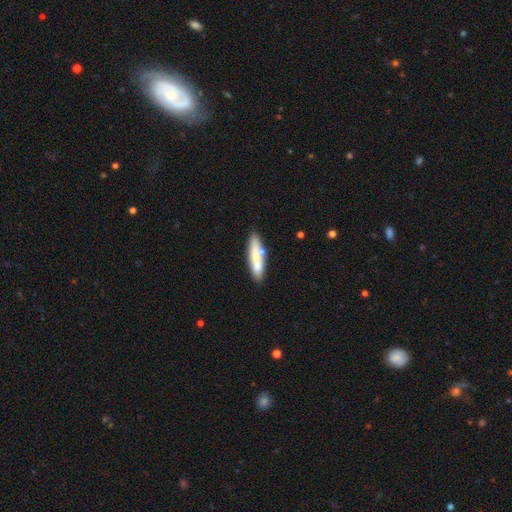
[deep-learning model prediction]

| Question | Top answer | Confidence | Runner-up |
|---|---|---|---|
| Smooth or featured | smooth | 64% | featured or disk (30%) |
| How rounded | cigar-shaped | 74% | in between (24%) |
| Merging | none | 67% | merger (15%) |